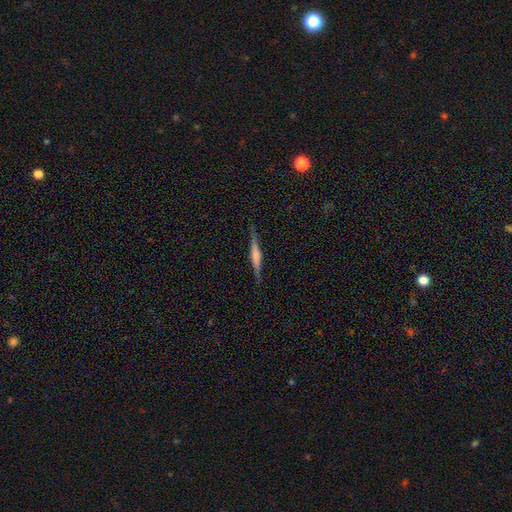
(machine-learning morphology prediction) Q: Smooth or featured?
A: featured or disk (62%); runner-up: smooth (31%)
Q: Edge-on disk?
A: yes (97%); runner-up: no (3%)
Q: Edge-on bulge?
A: rounded (48%); runner-up: boxy (29%)
Q: Merging?
A: none (87%); runner-up: minor disturbance (10%)